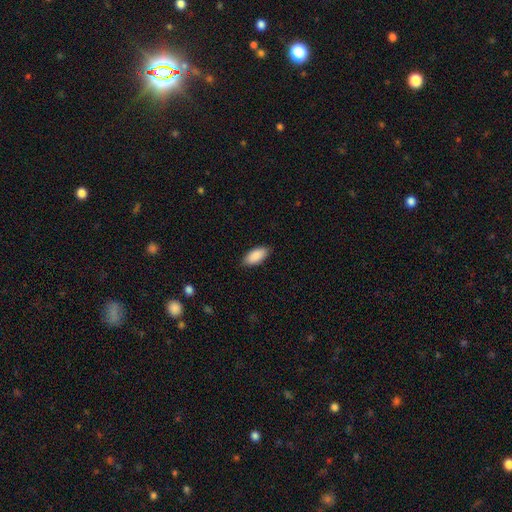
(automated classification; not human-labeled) smooth_or_featured: smooth (p=0.90) [alt: star or artifact p=0.06]
how_rounded: in between (p=0.91) [alt: cigar-shaped p=0.08]
merging: none (p=0.86) [alt: minor disturbance p=0.11]